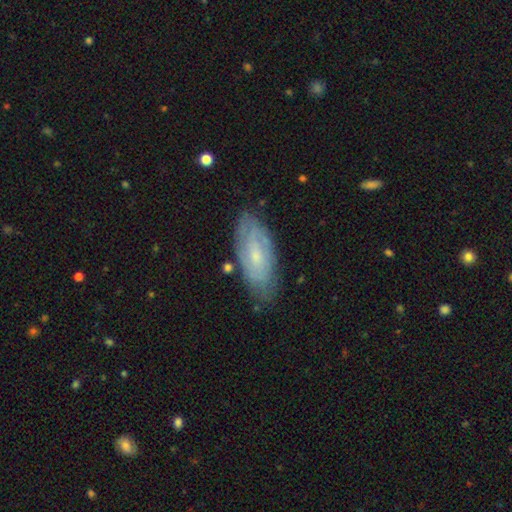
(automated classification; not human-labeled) This appears to be a featured or disk galaxy (61%) with no bar (60%), spiral arms (76%) and a small central bulge (69%). Merging: none (75%).